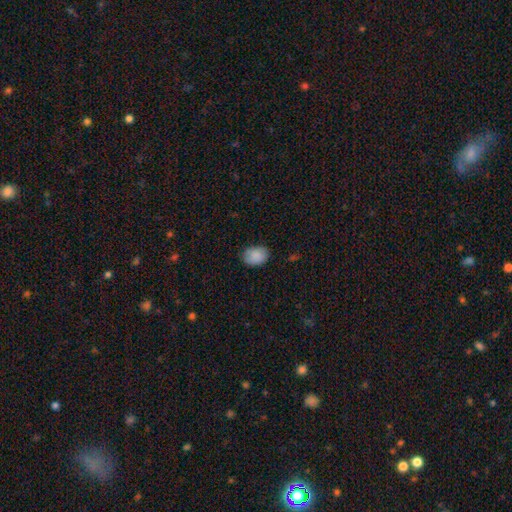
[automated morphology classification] Smooth or featured? smooth (87%)
How rounded? in between (74%)
Merging? none (79%)